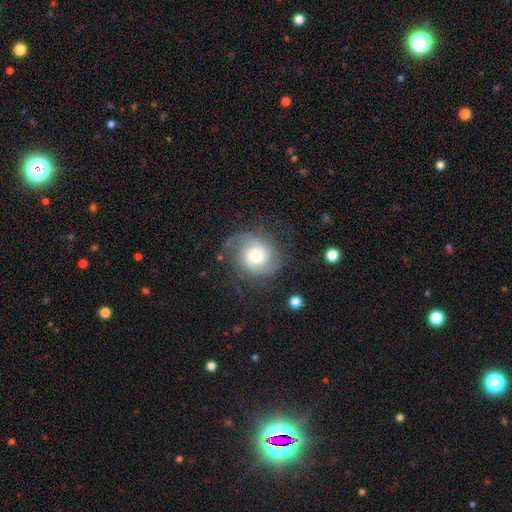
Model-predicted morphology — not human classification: Smooth or featured? featured or disk (75%)
Edge-on disk? no (98%)
Bar? no (69%)
Spiral arms? yes (94%)
Spiral winding? medium (42%)
Spiral arm count? 2 (61%)
Bulge size? moderate (62%)
Merging? none (67%)